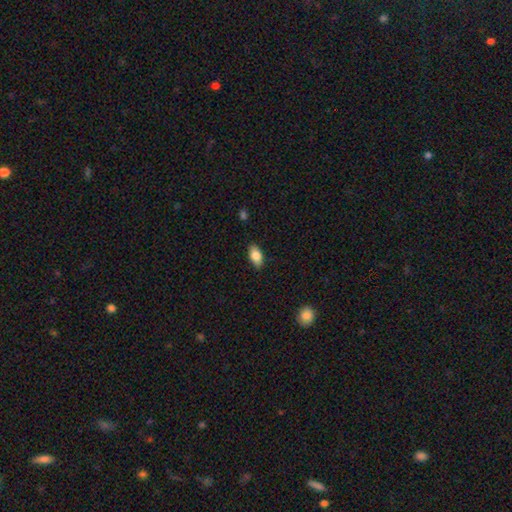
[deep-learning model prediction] A smooth galaxy with no disk features (83%) that is in between round and cigar-shaped (91%).

Vote fractions:
- Smooth or featured? smooth: 83% / featured or disk: 10% / star or artifact: 7%
- How rounded? in between: 91% / cigar-shaped: 5% / round: 4%
- Merging? none: 87% / minor disturbance: 10% / major disturbance: 2% / merger: 1%